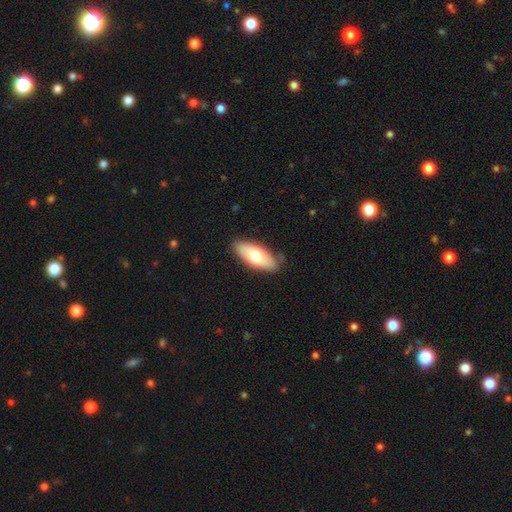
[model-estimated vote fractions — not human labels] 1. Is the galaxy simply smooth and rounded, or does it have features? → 69% smooth, 26% featured or disk, 6% star or artifact.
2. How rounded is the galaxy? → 83% in between, 15% cigar-shaped, 2% round.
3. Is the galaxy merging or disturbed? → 83% none, 14% minor disturbance, 3% major disturbance, 1% merger.